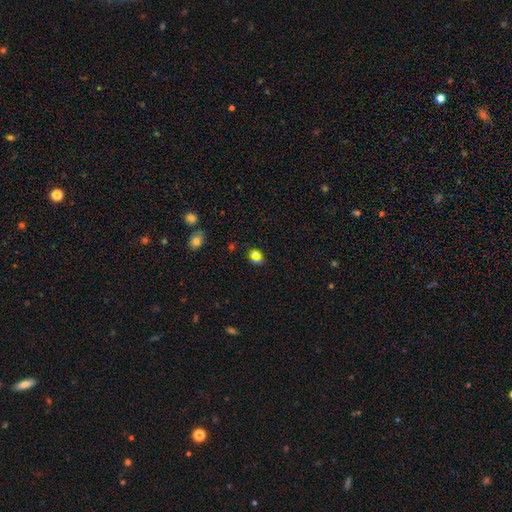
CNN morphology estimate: A star or artifact, not a galaxy (47%).